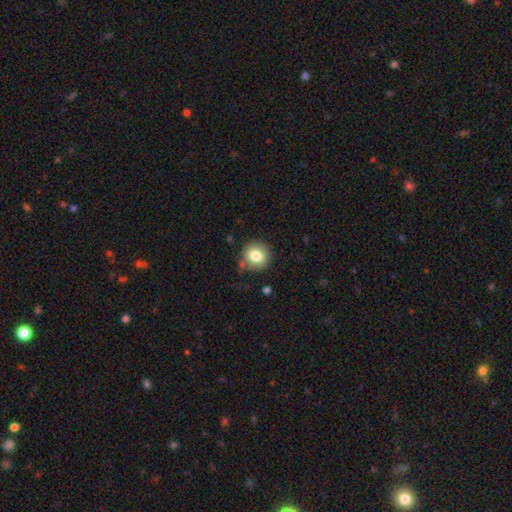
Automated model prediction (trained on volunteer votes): smooth_or_featured: smooth (p=0.80) [alt: featured or disk p=0.10]
how_rounded: round (p=0.88) [alt: in between p=0.11]
merging: none (p=0.80) [alt: minor disturbance p=0.13]